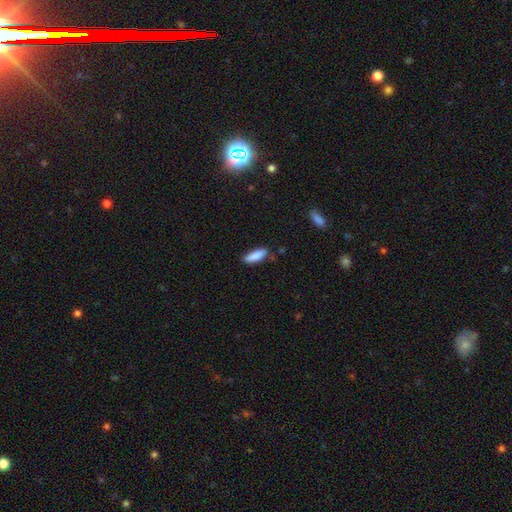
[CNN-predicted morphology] A smooth galaxy with no disk features (86%) that is cigar-shaped (53%). Merging: none (76%).